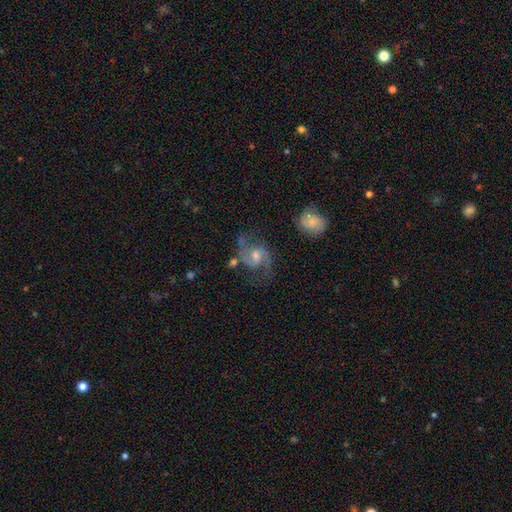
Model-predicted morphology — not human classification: type=featured or disk (86%); edge-on=no (98%); bar=no (46%); spiral arms=yes (97%); winding=medium (55%); arm count=2 (92%); bulge=moderate (57%); merging=none (70%).